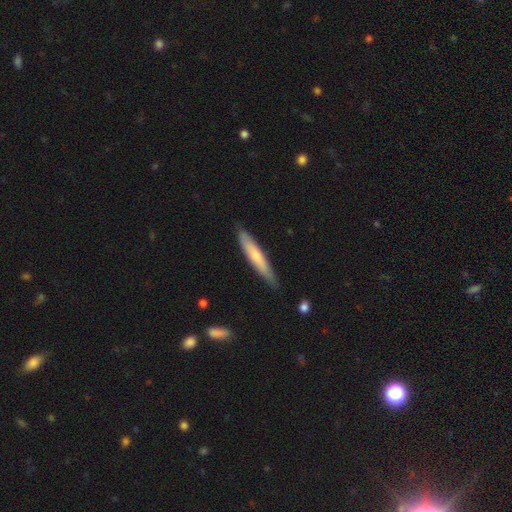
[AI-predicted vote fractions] Q: Smooth or featured?
A: smooth (61%); runner-up: featured or disk (34%)
Q: How rounded?
A: cigar-shaped (92%); runner-up: in between (7%)
Q: Merging?
A: none (80%); runner-up: minor disturbance (16%)